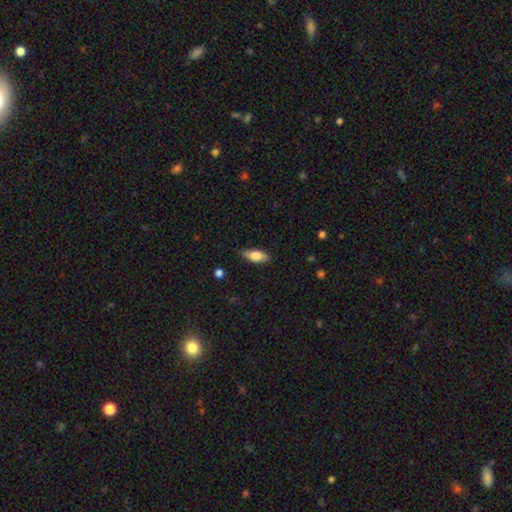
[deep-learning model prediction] Smooth or featured?
  - smooth: 78% *
  - featured or disk: 15%
  - star or artifact: 7%
How rounded?
  - in between: 78% *
  - cigar-shaped: 19%
  - round: 3%
Merging?
  - none: 81% *
  - minor disturbance: 15%
  - major disturbance: 3%
  - merger: 1%